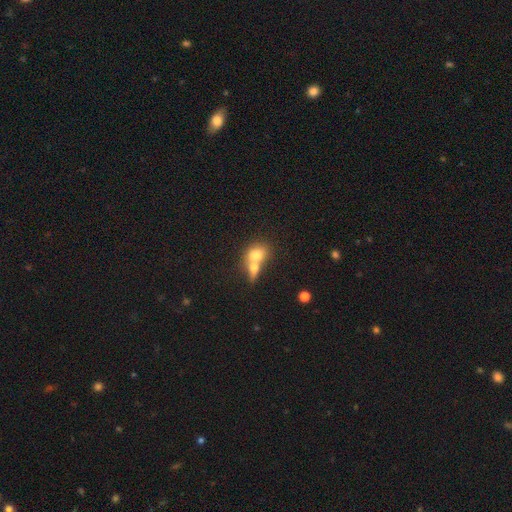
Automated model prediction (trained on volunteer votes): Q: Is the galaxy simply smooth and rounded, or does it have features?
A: smooth — 71%.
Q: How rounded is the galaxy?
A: in between — 49%.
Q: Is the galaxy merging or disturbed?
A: merger — 73%.